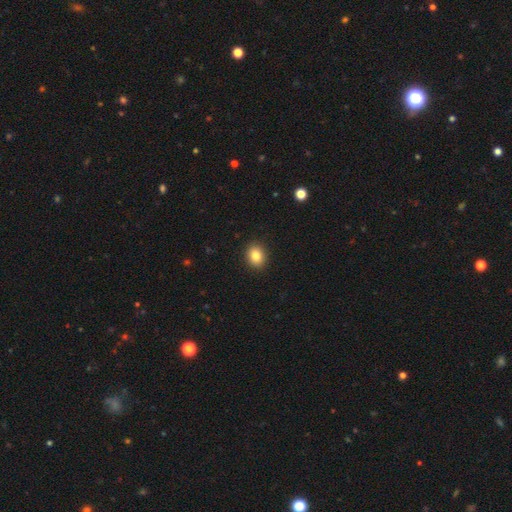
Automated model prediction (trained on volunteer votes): This appears to be a smooth galaxy with no disk features (83%) that is round (54%). Merging: none (91%).